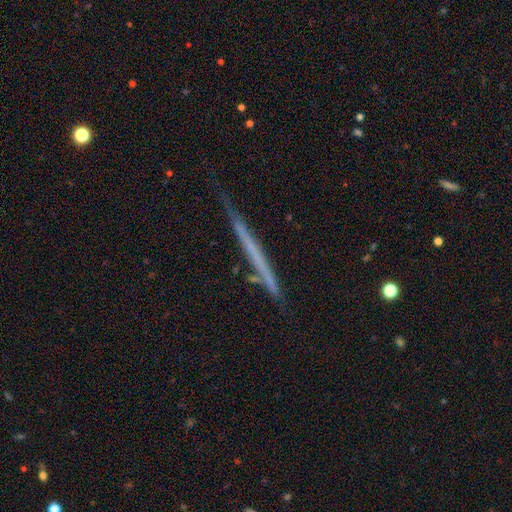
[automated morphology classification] The model was most divided on "smooth or featured": featured or disk: 54%, smooth: 38%, star or artifact: 7%. More confident: edge-on disk — yes (95%); edge-on bulge — none (94%); merging — none (76%).